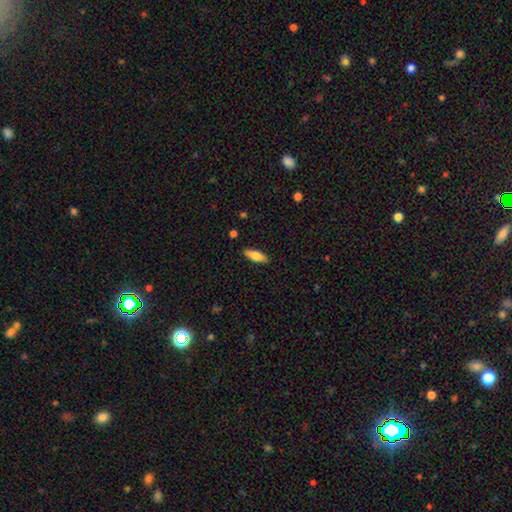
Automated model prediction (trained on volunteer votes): smooth-or-featured: smooth: 73% | featured or disk: 21% | star or artifact: 6%
  how-rounded: in between: 64% | cigar-shaped: 34% | round: 2%
  merging: none: 88% | minor disturbance: 9% | major disturbance: 2% | merger: 1%